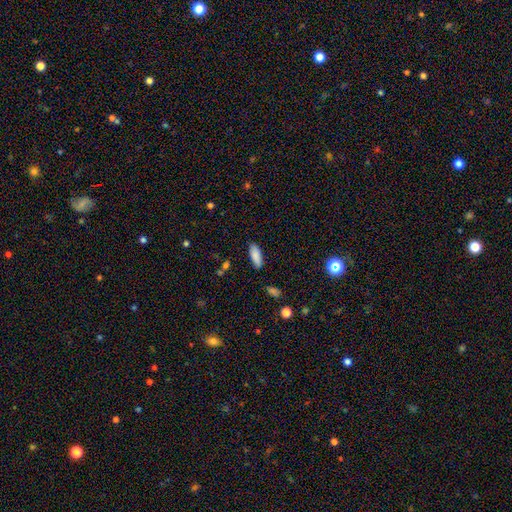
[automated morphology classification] This is clearly a smooth galaxy (87%). How rounded: likely in between (73%). Merging: clearly none (83%).